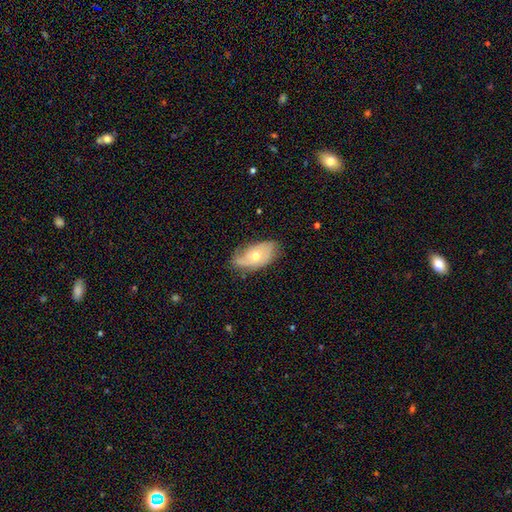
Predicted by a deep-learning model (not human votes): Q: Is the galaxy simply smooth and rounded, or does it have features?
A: featured or disk — 63%.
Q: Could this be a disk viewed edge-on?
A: no — 91%.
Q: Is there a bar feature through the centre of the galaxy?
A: no — 79%.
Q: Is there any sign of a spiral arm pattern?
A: yes — 79%.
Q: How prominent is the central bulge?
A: moderate — 63%.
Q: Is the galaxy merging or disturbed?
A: none — 64%.